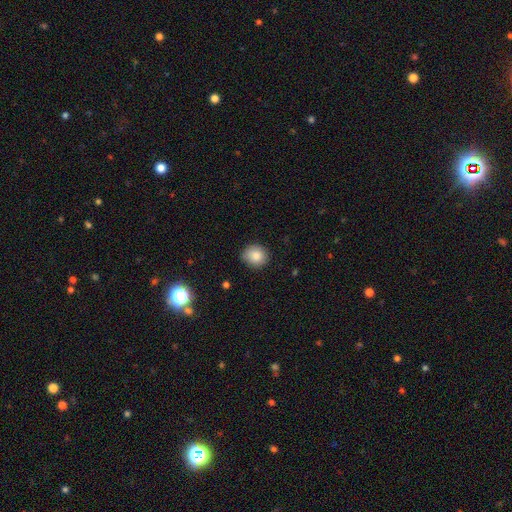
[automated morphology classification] This is clearly a smooth galaxy (84%). How rounded: clearly round (86%). Merging: clearly none (85%).